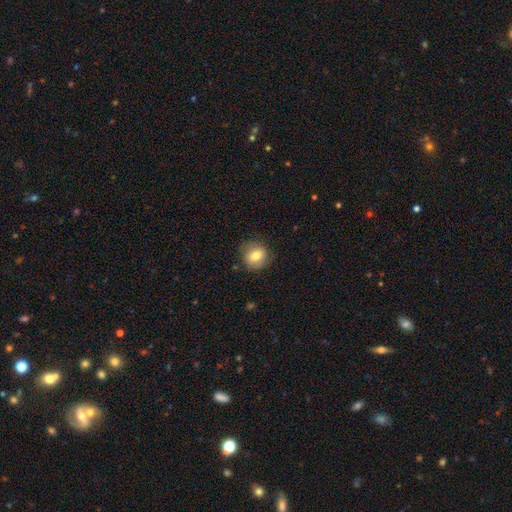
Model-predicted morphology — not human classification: Smooth or featured? smooth (74%)
How rounded? round (78%)
Merging? none (79%)